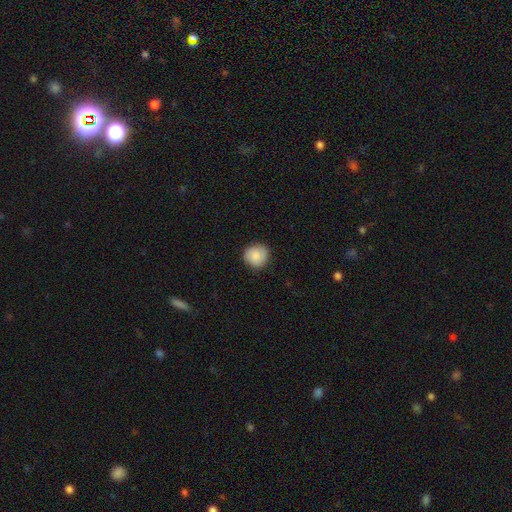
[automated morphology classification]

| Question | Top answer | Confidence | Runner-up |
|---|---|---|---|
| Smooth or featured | smooth | 86% | featured or disk (7%) |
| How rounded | round | 90% | in between (9%) |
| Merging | none | 85% | minor disturbance (11%) |